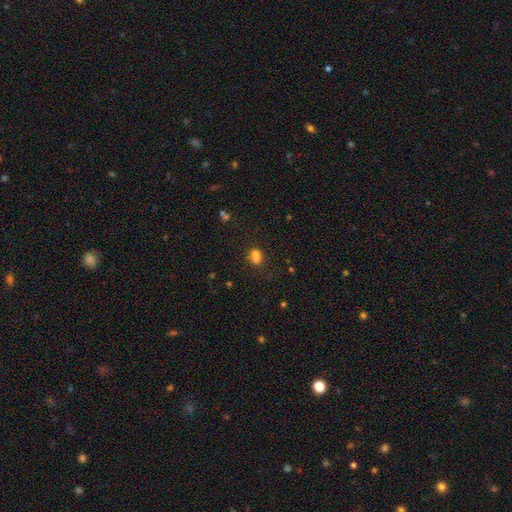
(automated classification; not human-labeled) A smooth galaxy with no disk features (76%) that is in between round and cigar-shaped (64%). Merging: none (53%).